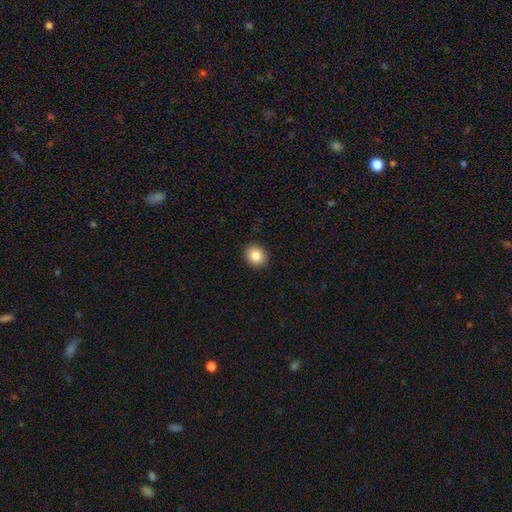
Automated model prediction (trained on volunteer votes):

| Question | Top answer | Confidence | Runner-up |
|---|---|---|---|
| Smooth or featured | smooth | 85% | star or artifact (9%) |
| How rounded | round | 61% | in between (39%) |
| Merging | none | 91% | minor disturbance (6%) |